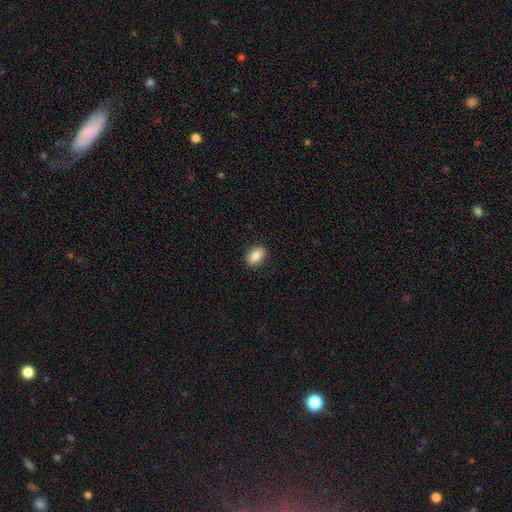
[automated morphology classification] smooth-or-featured: smooth: 85% | star or artifact: 8% | featured or disk: 7%
  how-rounded: in between: 83% | round: 15% | cigar-shaped: 2%
  merging: none: 89% | minor disturbance: 8% | major disturbance: 2% | merger: 1%